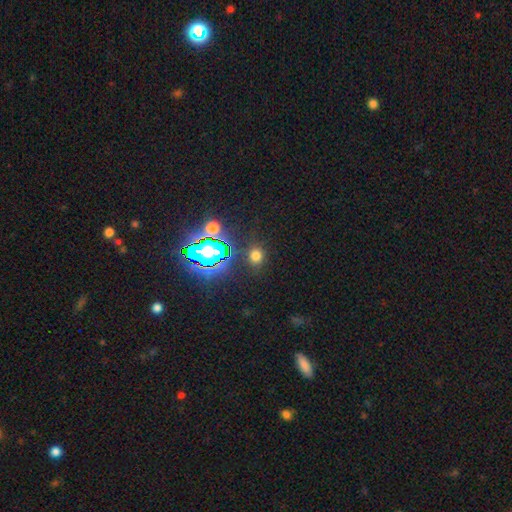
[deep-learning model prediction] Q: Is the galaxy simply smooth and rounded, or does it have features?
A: smooth — 65%.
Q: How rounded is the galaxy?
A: round — 69%.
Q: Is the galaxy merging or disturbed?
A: none — 84%.